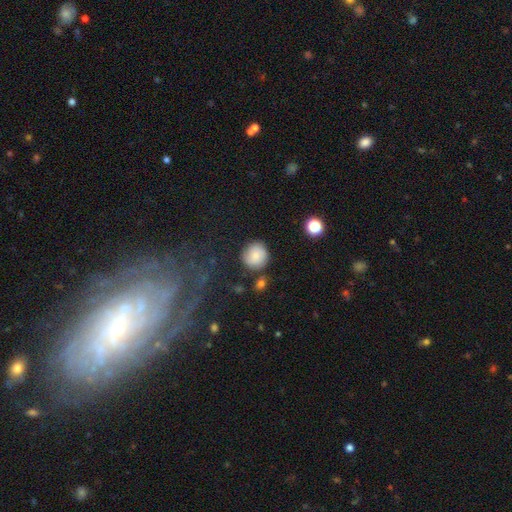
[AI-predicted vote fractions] A smooth galaxy with no disk features (81%) that is round (91%). Merging: none (78%).